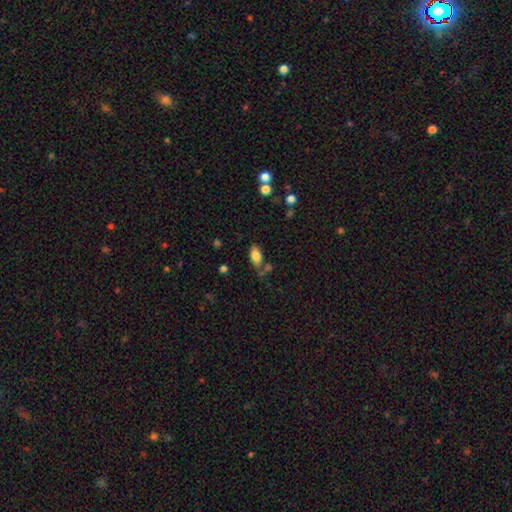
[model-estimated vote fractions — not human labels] Smooth or featured? smooth (81%)
How rounded? in between (92%)
Merging? none (62%)